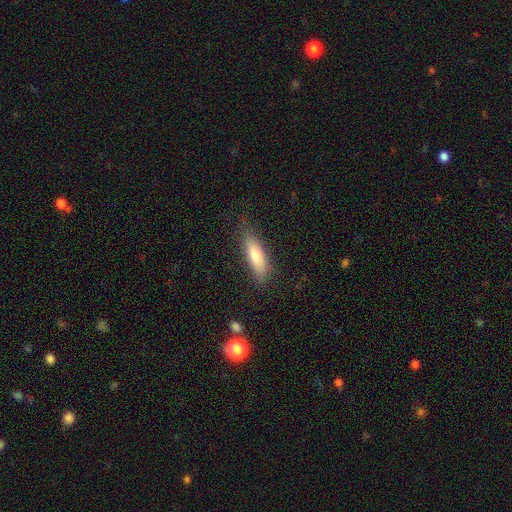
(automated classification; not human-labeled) Smooth or featured? smooth (76%)
How rounded? cigar-shaped (54%)
Merging? none (78%)